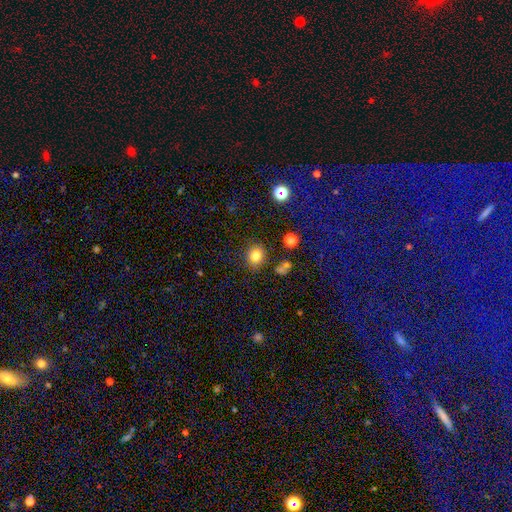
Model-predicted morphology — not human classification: This is clearly a smooth galaxy (80%). How rounded: likely round (73%). Merging: clearly none (82%).